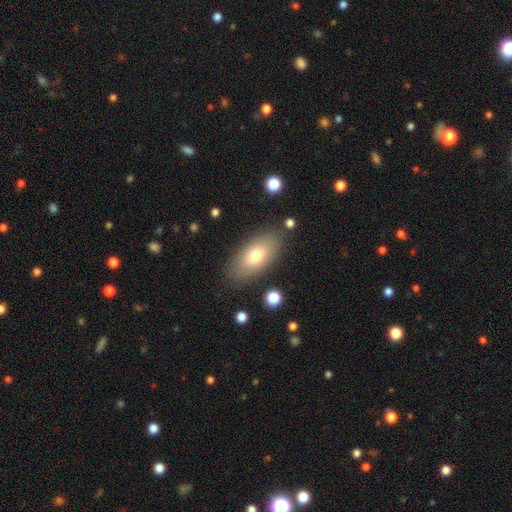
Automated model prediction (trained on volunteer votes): smooth_or_featured: smooth (p=0.71) [alt: featured or disk p=0.21]
how_rounded: in between (p=0.88) [alt: cigar-shaped p=0.08]
merging: none (p=0.84) [alt: minor disturbance p=0.11]